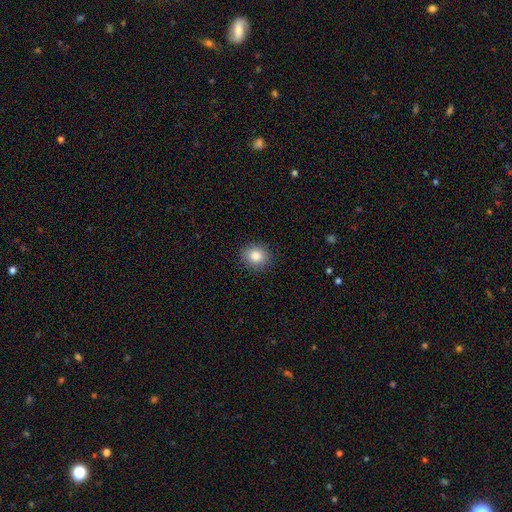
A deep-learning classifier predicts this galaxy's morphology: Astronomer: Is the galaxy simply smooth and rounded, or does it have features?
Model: smooth — 85%.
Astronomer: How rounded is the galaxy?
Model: round — 79%.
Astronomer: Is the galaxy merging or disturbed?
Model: none — 90%.